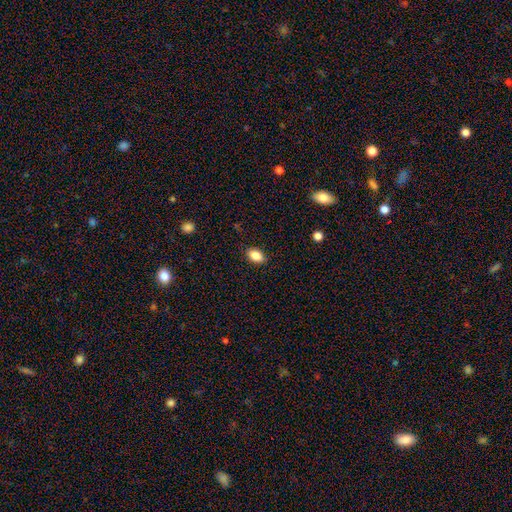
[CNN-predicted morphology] Q: Smooth or featured?
A: smooth (87%); runner-up: star or artifact (8%)
Q: How rounded?
A: in between (88%); runner-up: round (10%)
Q: Merging?
A: none (88%); runner-up: minor disturbance (9%)